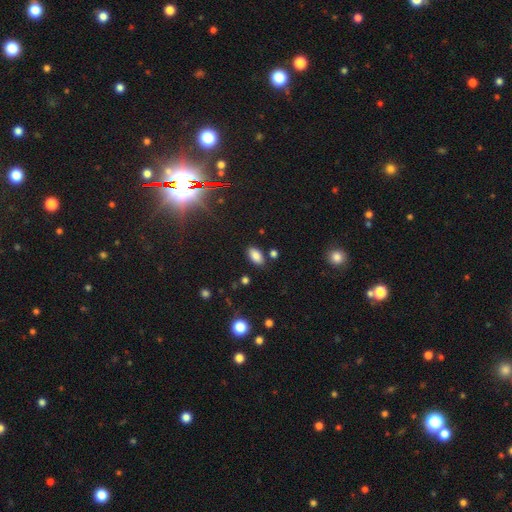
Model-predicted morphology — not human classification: type=smooth (83%); roundness=in between (93%); merging=none (84%).